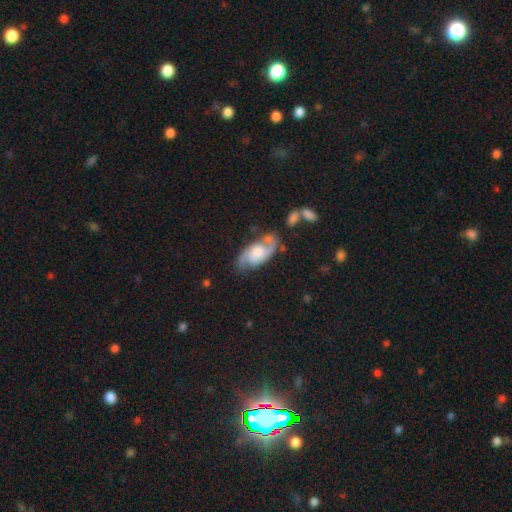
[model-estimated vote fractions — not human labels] Smooth or featured?
  - featured or disk: 80% *
  - smooth: 14%
  - star or artifact: 6%
Edge-on disk?
  - no: 95% *
  - yes: 5%
Bar?
  - no: 62% *
  - weak: 31%
  - strong: 7%
Spiral arms?
  - yes: 94% *
  - no: 6%
Spiral winding?
  - medium: 50% *
  - loose: 27%
  - tight: 24%
Spiral arm count?
  - 2: 90% *
  - can't tell: 5%
  - 1: 2%
  - 3: 2%
  - 4: 1%
  - more than 4: 1%
Bulge size?
  - moderate: 47% *
  - large: 22%
  - small: 21%
  - none: 7%
  - dominant: 2%
Merging?
  - none: 69% *
  - minor disturbance: 18%
  - major disturbance: 7%
  - merger: 6%